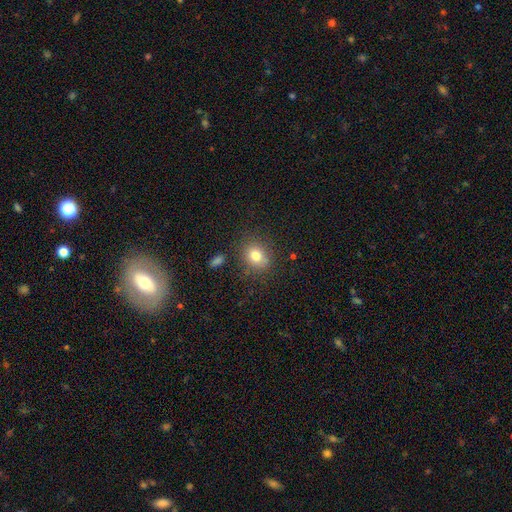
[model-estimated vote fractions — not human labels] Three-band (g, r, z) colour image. It shows a smooth galaxy with no disk features (79%) that is round (62%). Merging: none (80%).